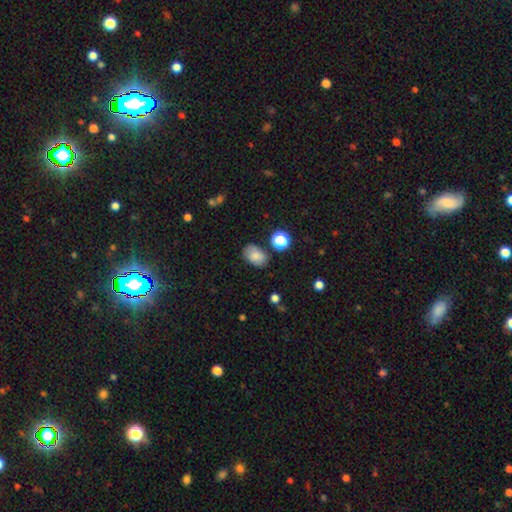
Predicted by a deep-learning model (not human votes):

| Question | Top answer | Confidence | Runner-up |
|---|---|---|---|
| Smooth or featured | smooth | 81% | star or artifact (10%) |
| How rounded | in between | 84% | round (15%) |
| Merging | none | 75% | minor disturbance (17%) |